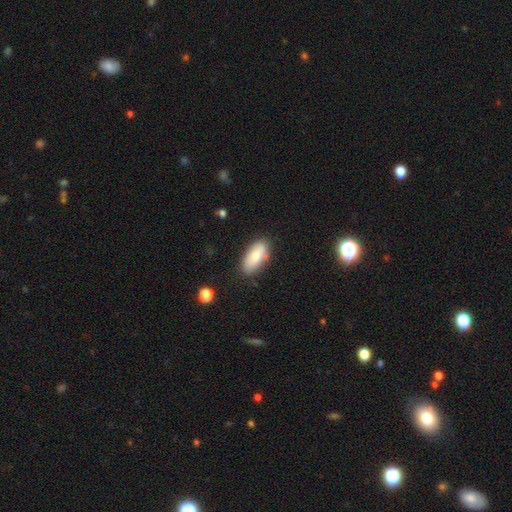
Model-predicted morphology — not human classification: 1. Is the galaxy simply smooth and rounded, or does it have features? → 75% smooth, 18% featured or disk, 7% star or artifact.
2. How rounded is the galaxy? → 88% in between, 10% cigar-shaped, 2% round.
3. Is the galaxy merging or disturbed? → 78% none, 15% minor disturbance, 3% major disturbance, 3% merger.